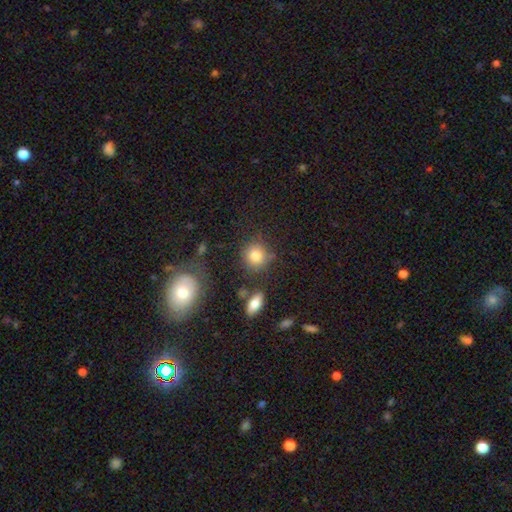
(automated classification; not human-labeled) Overall: smooth (81%). How rounded: round (84%). Merging: none (75%).